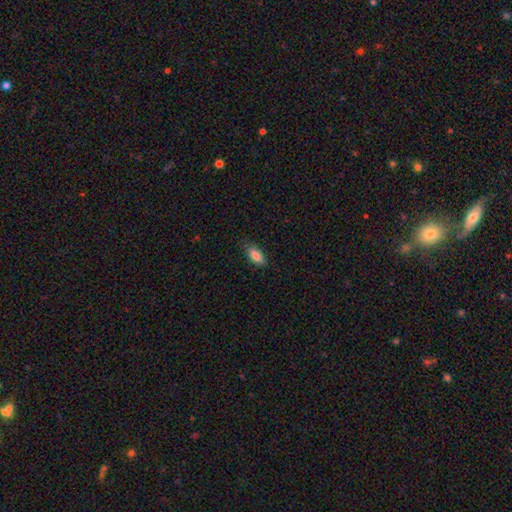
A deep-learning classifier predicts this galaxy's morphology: A smooth galaxy with no disk features (84%) that is in between round and cigar-shaped (82%).

Vote fractions:
- Smooth or featured? smooth: 84% / featured or disk: 9% / star or artifact: 7%
- How rounded? in between: 82% / cigar-shaped: 16% / round: 3%
- Merging? none: 79% / minor disturbance: 17% / major disturbance: 3% / merger: 1%